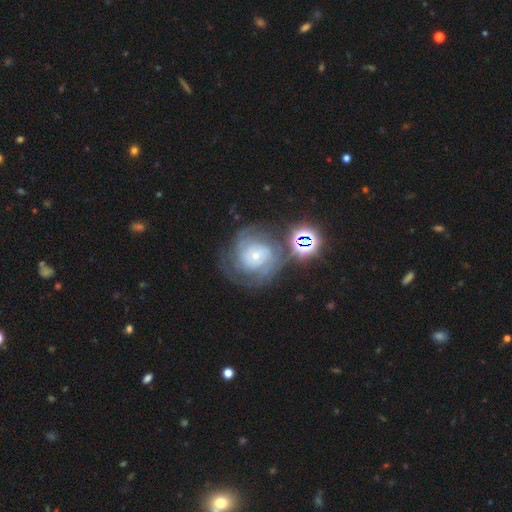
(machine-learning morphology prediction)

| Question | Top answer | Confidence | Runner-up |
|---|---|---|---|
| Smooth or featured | featured or disk | 75% | smooth (14%) |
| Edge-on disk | no | 97% | yes (3%) |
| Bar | no | 74% | weak (21%) |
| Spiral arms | yes | 90% | no (10%) |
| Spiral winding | tight | 65% | medium (27%) |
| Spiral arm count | can't tell | 42% | 2 (20%) |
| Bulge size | small | 69% | moderate (25%) |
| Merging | none | 59% | minor disturbance (18%) |